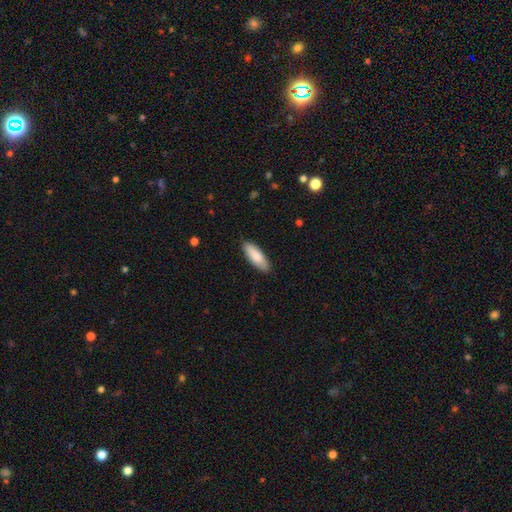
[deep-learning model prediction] Overall: smooth (85%). How rounded: in between (61%; cigar-shaped 38%). Merging: none (87%).